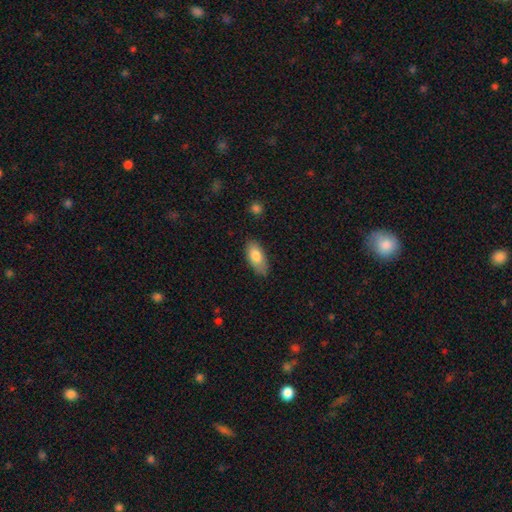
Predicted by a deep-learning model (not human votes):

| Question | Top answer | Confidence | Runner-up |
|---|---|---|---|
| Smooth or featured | smooth | 79% | featured or disk (14%) |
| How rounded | in between | 90% | cigar-shaped (8%) |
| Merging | none | 78% | minor disturbance (17%) |